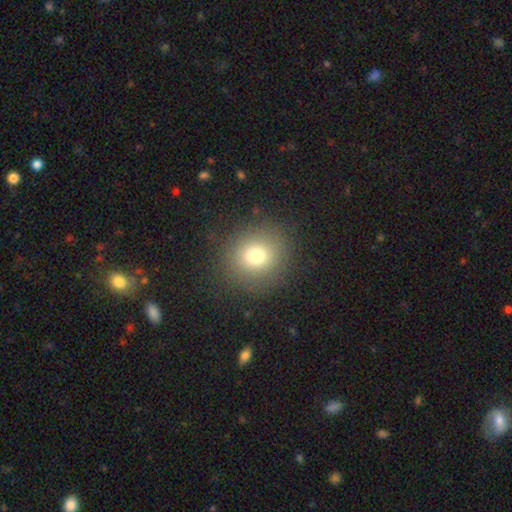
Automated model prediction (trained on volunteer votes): Smooth or featured? Predicted: smooth (p=0.74). How rounded? Predicted: round (p=0.89). Merging? Predicted: none (p=0.87).